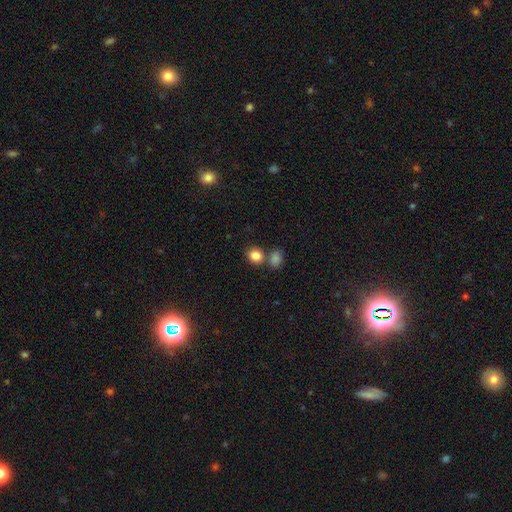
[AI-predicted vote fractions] The model was most divided on "how rounded": round: 61%, in between: 38%, cigar-shaped: 1%. More confident: smooth or featured — smooth (85%); merging — none (62%).